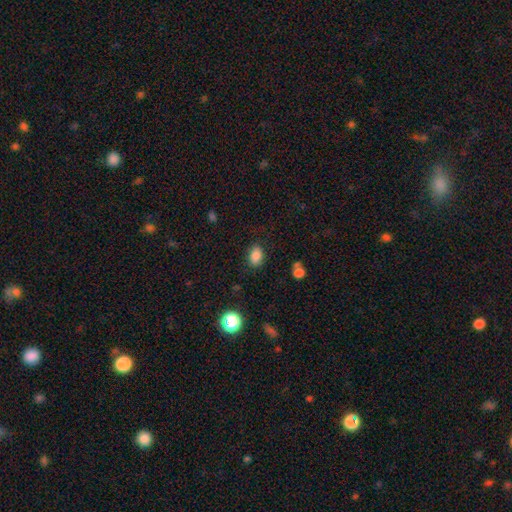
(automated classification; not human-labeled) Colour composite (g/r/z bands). It shows a smooth galaxy with no disk features (85%) that is in between round and cigar-shaped (83%). Merging: none (83%).